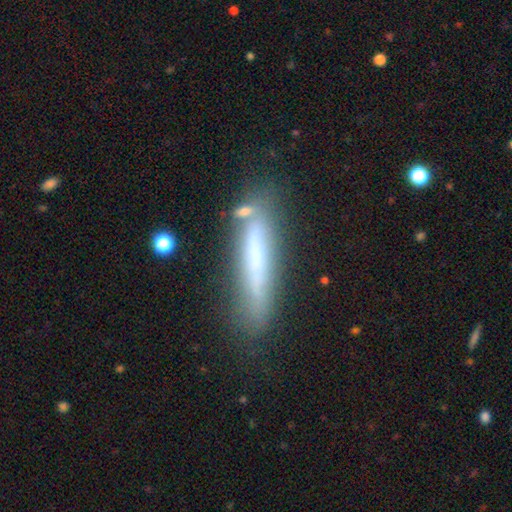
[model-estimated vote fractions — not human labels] Smooth or featured? Predicted: smooth (p=0.47). Merging? Predicted: none (p=0.71).